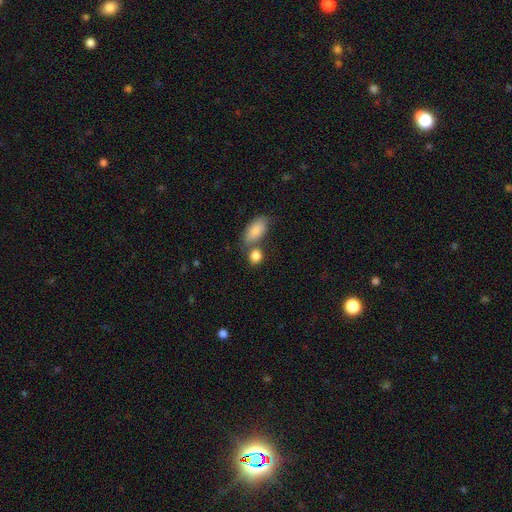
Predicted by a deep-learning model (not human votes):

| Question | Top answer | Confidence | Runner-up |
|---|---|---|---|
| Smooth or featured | smooth | 86% | star or artifact (8%) |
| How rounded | round | 54% | in between (43%) |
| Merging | none | 54% | merger (30%) |